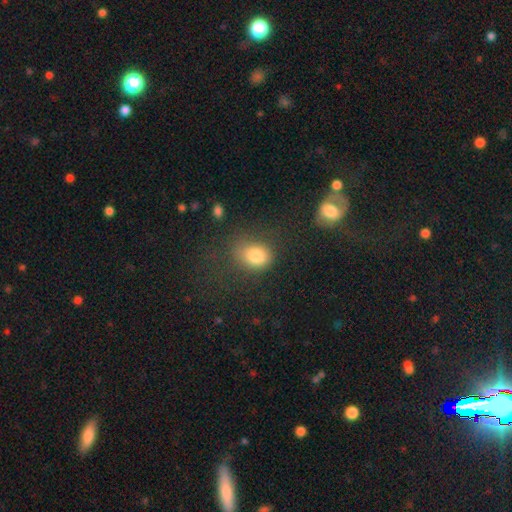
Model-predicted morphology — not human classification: A smooth galaxy with no disk features (81%) that is in between round and cigar-shaped (52%). Merging: none (61%).